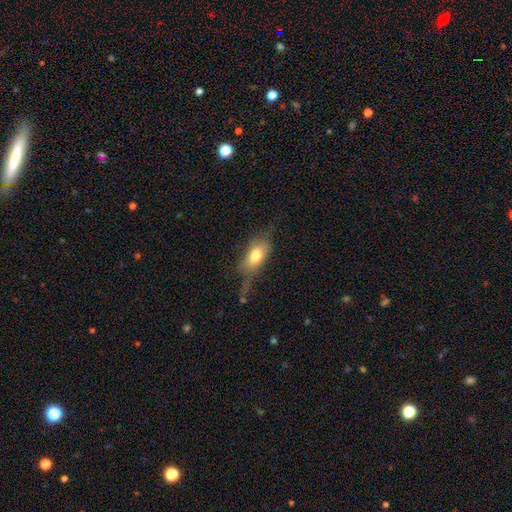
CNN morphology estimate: The model was most divided on "merging": none: 48%, minor disturbance: 29%, major disturbance: 19%, merger: 4%. More confident: how rounded — in between (80%); smooth or featured — smooth (68%).